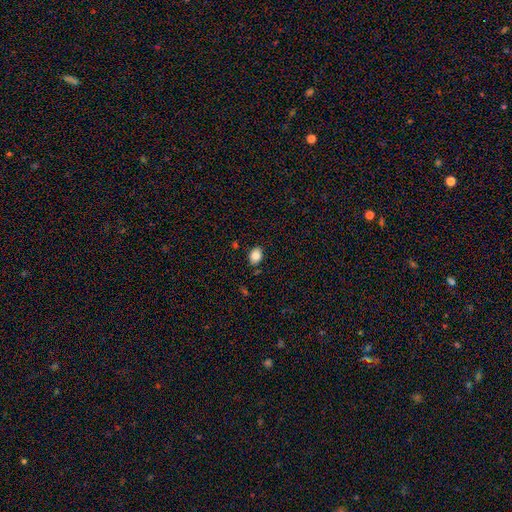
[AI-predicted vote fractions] Morphology: type=smooth (85%); roundness=in between (74%); merging=none (83%).